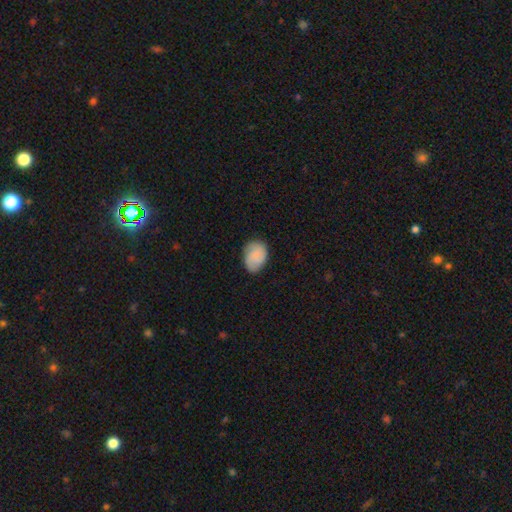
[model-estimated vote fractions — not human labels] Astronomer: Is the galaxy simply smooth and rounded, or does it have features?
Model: smooth — 72%.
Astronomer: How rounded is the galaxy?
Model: in between — 70%.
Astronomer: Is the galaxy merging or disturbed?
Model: none — 71%.